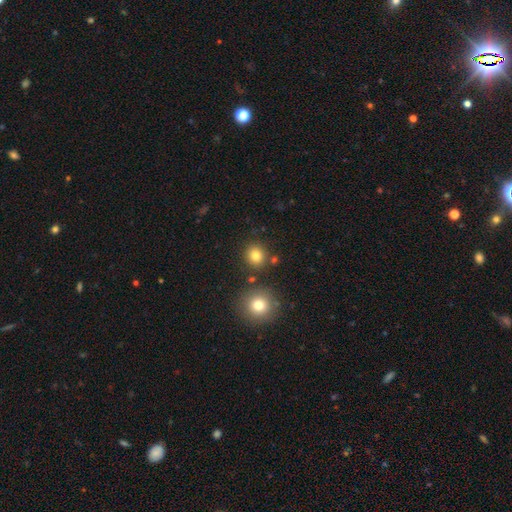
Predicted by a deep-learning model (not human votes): Smooth or featured?
  - smooth: 80% *
  - star or artifact: 13%
  - featured or disk: 6%
How rounded?
  - round: 88% *
  - in between: 11%
  - cigar-shaped: 1%
Merging?
  - none: 84% *
  - minor disturbance: 7%
  - merger: 6%
  - major disturbance: 3%